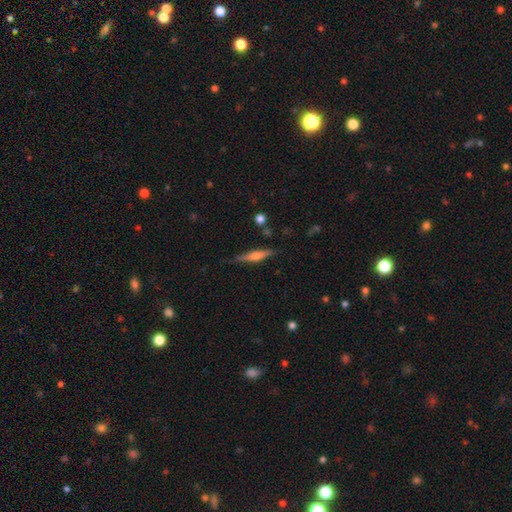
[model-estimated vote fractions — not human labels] Morphology: type=featured or disk (55%); edge-on=yes (96%); edge-on bulge=rounded (74%); merging=none (80%).